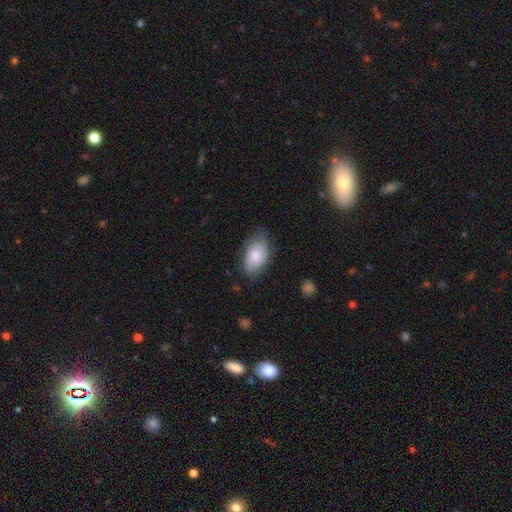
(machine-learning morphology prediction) Q: Smooth or featured?
A: smooth (76%); runner-up: featured or disk (18%)
Q: How rounded?
A: in between (93%); runner-up: round (5%)
Q: Merging?
A: none (67%); runner-up: minor disturbance (25%)